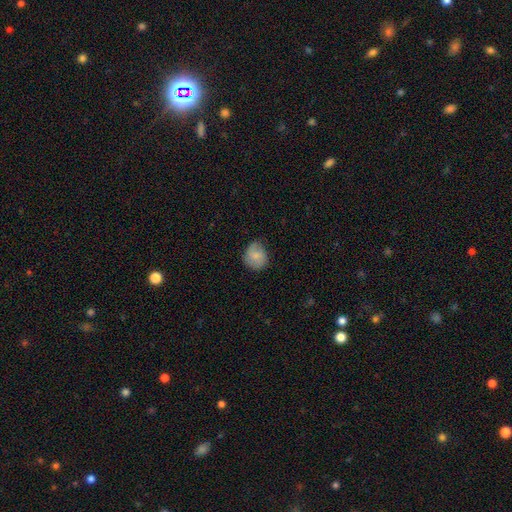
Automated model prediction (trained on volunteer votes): A smooth galaxy with no disk features (74%) that is round (73%).

Vote fractions:
- Smooth or featured? smooth: 74% / featured or disk: 19% / star or artifact: 7%
- How rounded? round: 73% / in between: 26% / cigar-shaped: 1%
- Merging? none: 61% / minor disturbance: 31% / major disturbance: 7% / merger: 1%